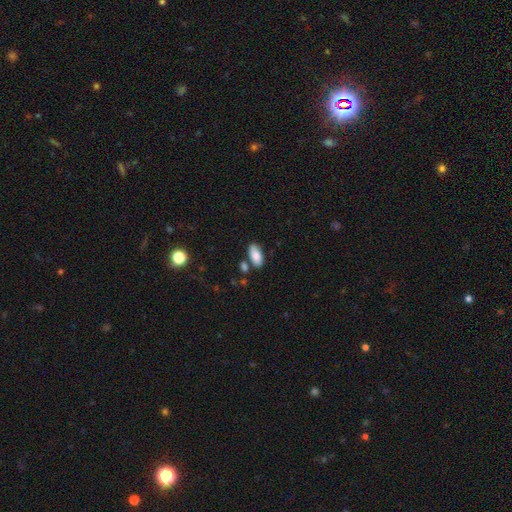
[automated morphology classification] Smooth or featured? smooth (84%)
How rounded? in between (92%)
Merging? none (74%)